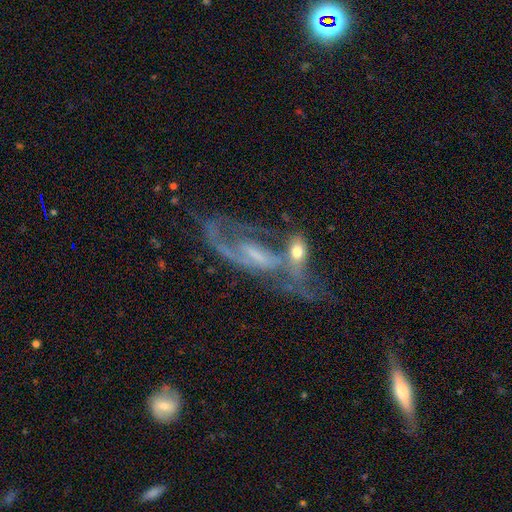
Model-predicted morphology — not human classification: Smooth or featured: featured or disk — 78% (smooth — 14%)
Edge-on disk: no — 89% (yes — 11%)
Bar: weak — 42% (no — 35%)
Spiral arms: yes — 81% (no — 19%)
Spiral winding: medium — 43% (loose — 32%)
Spiral arm count: 2 — 58% (can't tell — 20%)
Bulge size: small — 41% (moderate — 28%)
Merging: merger — 49% (none — 21%)